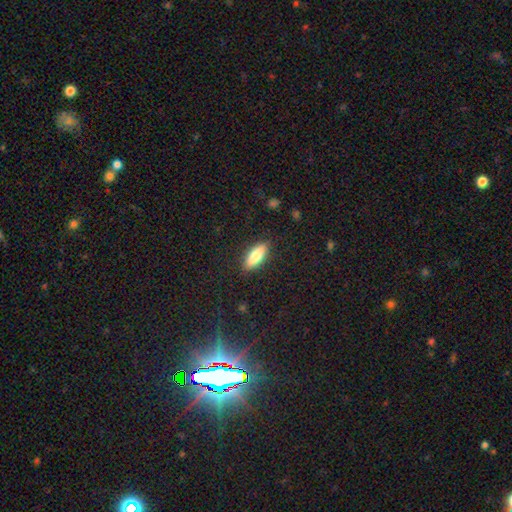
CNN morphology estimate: Overall: smooth (78%). How rounded: in between (66%; cigar-shaped 32%). Merging: none (88%).